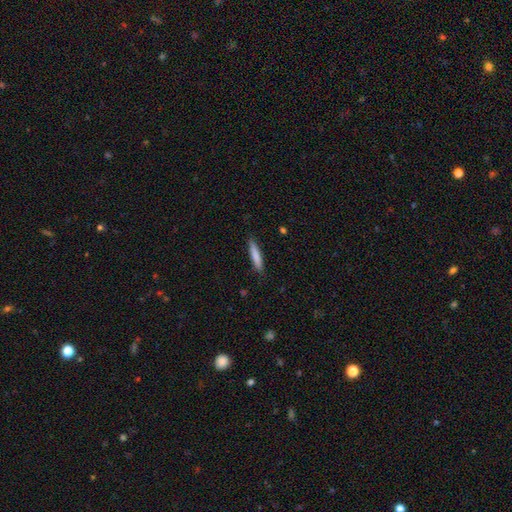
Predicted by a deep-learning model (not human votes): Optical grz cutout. It shows a smooth galaxy with no disk features (80%) that is cigar-shaped (90%). Merging: none (88%).